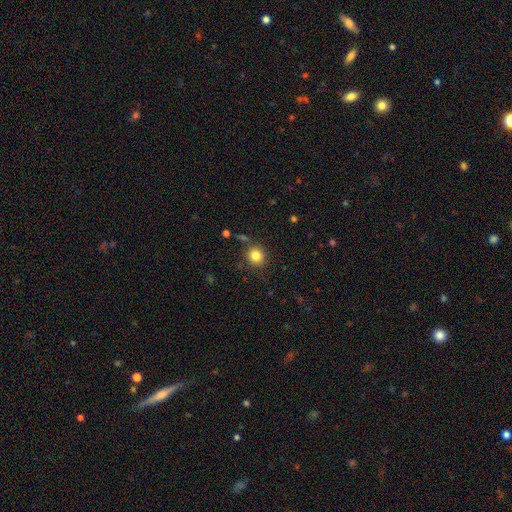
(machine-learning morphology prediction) Smooth or featured? smooth (83%)
How rounded? round (87%)
Merging? none (84%)